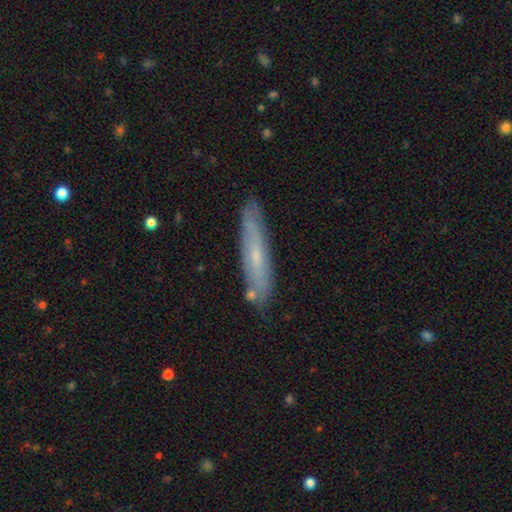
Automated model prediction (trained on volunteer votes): Morphology: type=featured or disk (47%); merging=none (81%).